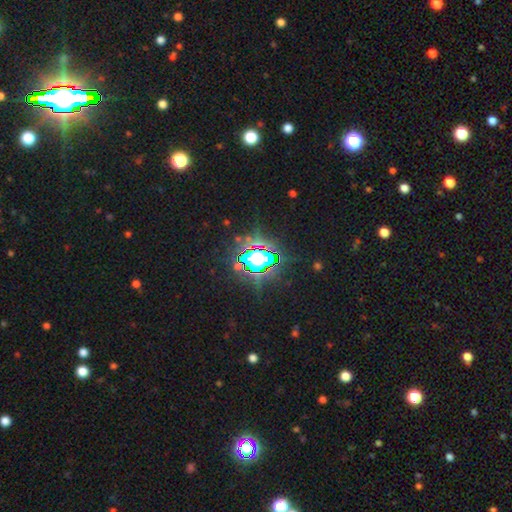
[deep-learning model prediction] This is likely a star or artifact rather than a galaxy (75%).